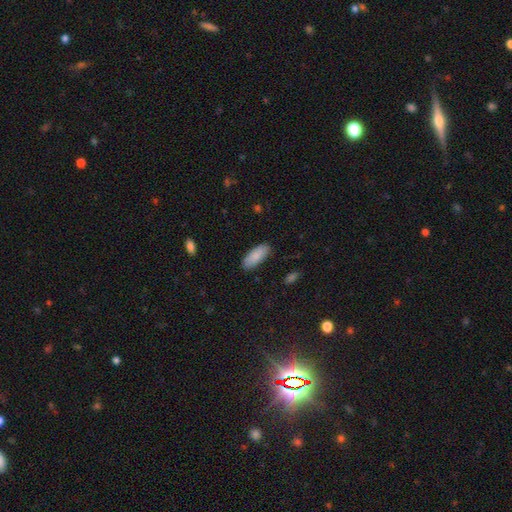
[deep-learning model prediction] Smooth or featured? smooth (88%)
How rounded? in between (82%)
Merging? none (87%)